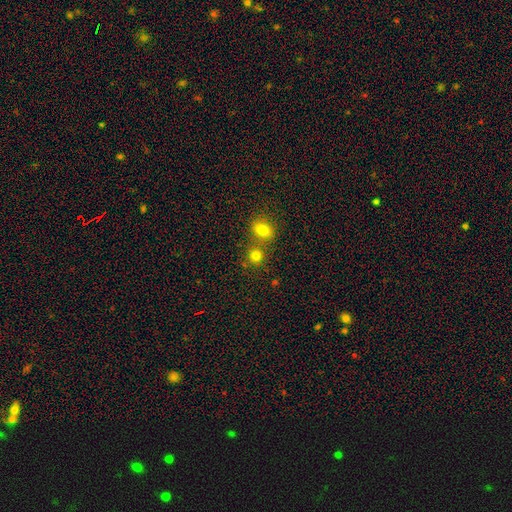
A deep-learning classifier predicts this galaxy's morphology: The model was most divided on "merging": none: 59%, merger: 31%, minor disturbance: 7%, major disturbance: 3%. More confident: how rounded — round (83%); smooth or featured — smooth (79%).